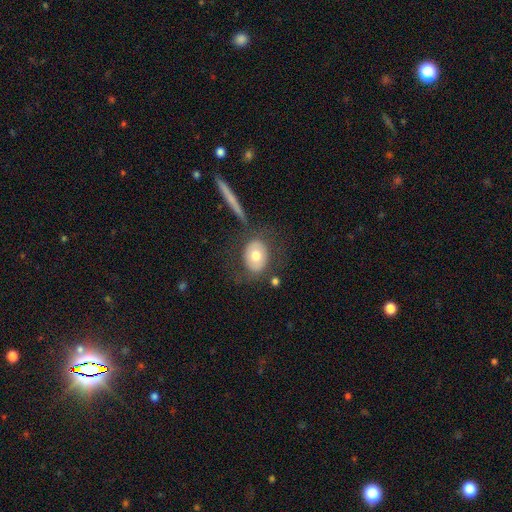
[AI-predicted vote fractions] Smooth or featured? Predicted: smooth (p=0.65). How rounded? Predicted: in between (p=0.55). Merging? Predicted: none (p=0.69).